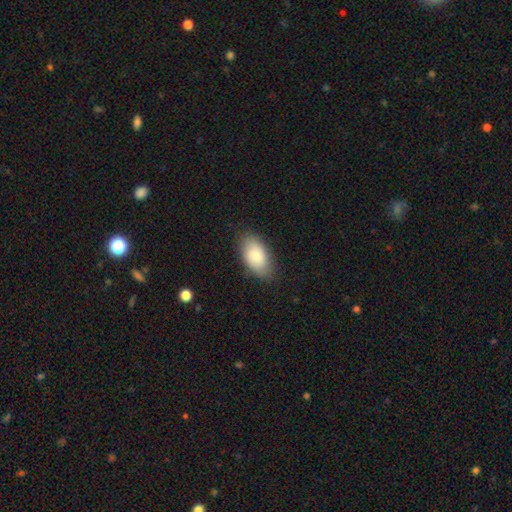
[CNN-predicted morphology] Overall: smooth (84%). How rounded: in between (94%). Merging: none (81%).